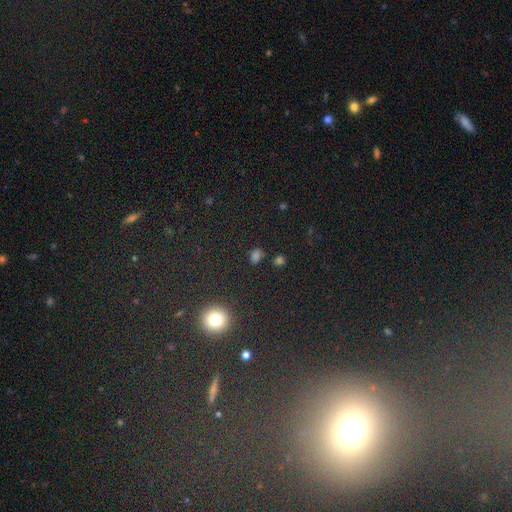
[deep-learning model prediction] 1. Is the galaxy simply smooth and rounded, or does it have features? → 66% smooth, 28% star or artifact, 6% featured or disk.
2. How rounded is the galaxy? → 52% round, 45% in between, 3% cigar-shaped.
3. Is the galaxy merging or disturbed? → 82% none, 9% minor disturbance, 5% merger, 4% major disturbance.